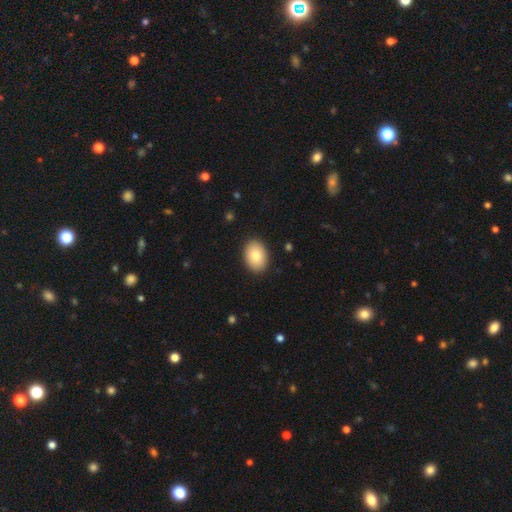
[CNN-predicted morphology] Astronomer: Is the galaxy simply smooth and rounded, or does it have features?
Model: smooth — 84%.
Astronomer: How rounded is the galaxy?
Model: in between — 79%.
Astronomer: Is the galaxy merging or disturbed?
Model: none — 90%.